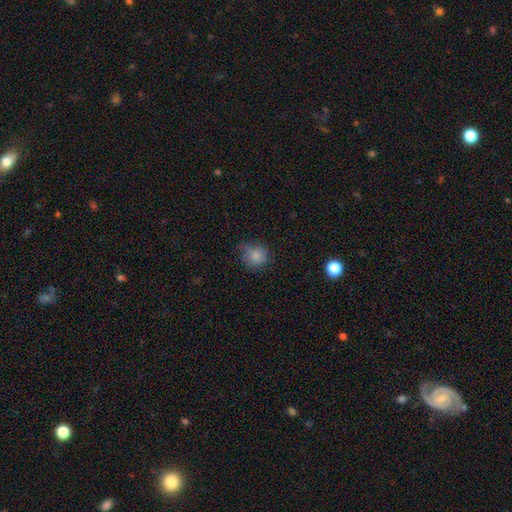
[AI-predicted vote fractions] Smooth or featured? smooth (82%)
How rounded? round (82%)
Merging? none (56%)